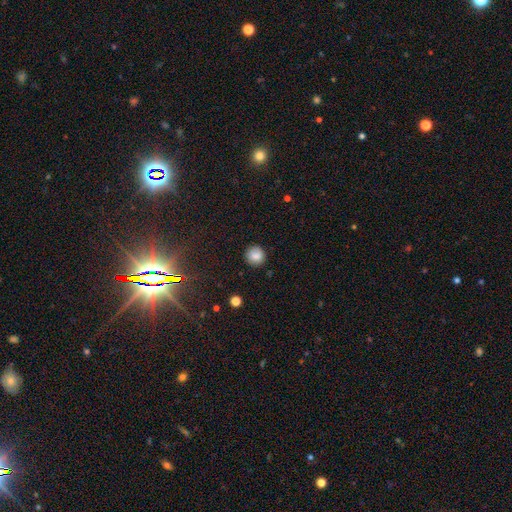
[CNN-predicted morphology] This appears to be a smooth galaxy with no disk features (83%) that is round (92%). Merging: none (88%).